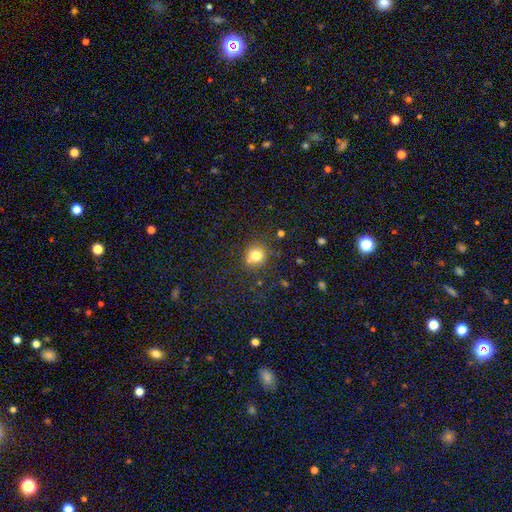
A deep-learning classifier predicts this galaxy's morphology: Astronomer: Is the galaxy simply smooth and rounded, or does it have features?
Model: smooth — 78%.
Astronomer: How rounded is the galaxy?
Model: round — 87%.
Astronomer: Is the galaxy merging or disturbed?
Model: none — 74%.